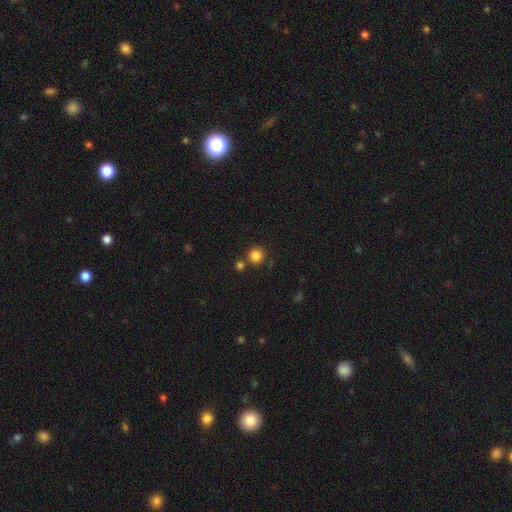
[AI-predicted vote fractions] Morphology: type=smooth (84%); roundness=round (94%); merging=none (76%).